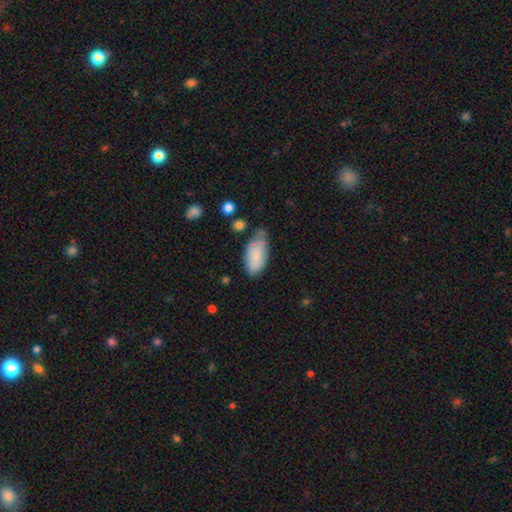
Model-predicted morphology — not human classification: This is clearly a smooth galaxy (84%). How rounded: clearly in between (92%). Merging: possibly none (51%).